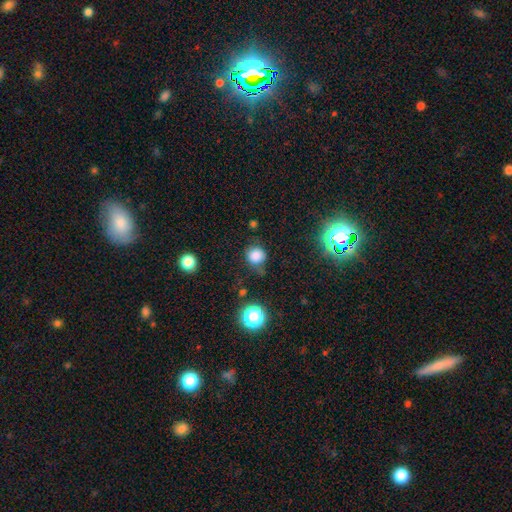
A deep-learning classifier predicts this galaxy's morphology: This is likely a smooth galaxy (80%). How rounded: clearly round (87%). Merging: likely none (64%).